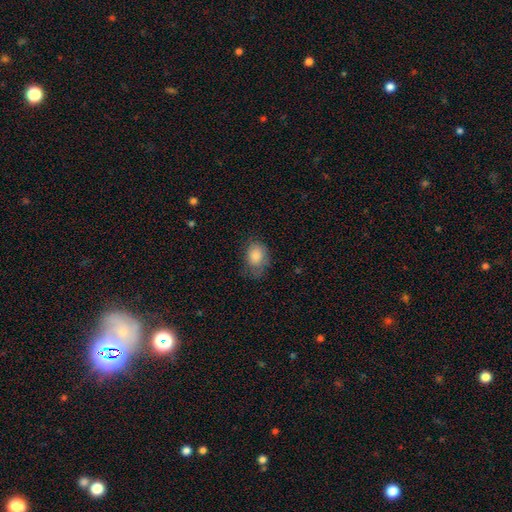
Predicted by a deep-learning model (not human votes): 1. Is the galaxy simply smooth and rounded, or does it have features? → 82% smooth, 10% featured or disk, 8% star or artifact.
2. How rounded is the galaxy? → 71% in between, 28% round, 1% cigar-shaped.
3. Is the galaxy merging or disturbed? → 59% none, 28% minor disturbance, 11% major disturbance, 1% merger.